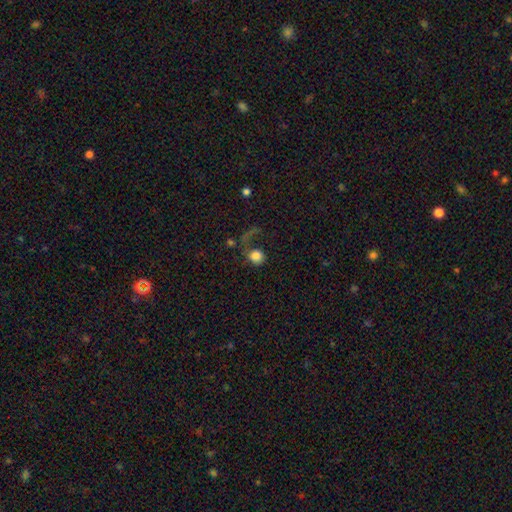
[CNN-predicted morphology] Smooth or featured: smooth — 74% (featured or disk — 16%)
How rounded: round — 80% (in between — 18%)
Merging: major disturbance — 38% (none — 37%)